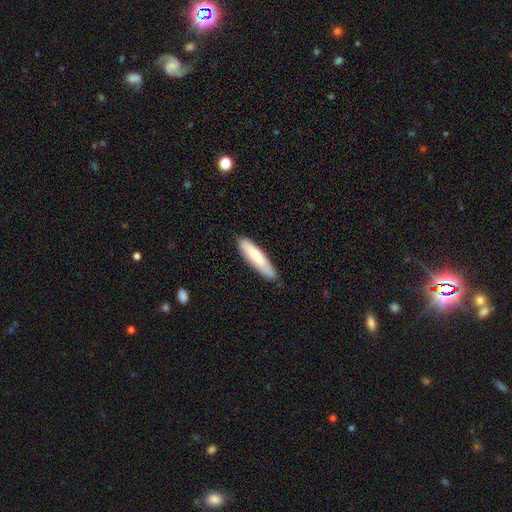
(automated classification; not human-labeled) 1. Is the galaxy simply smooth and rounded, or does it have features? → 71% smooth, 23% featured or disk, 5% star or artifact.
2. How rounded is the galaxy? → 76% cigar-shaped, 23% in between, 1% round.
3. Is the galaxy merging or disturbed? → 83% none, 14% minor disturbance, 2% major disturbance, 1% merger.